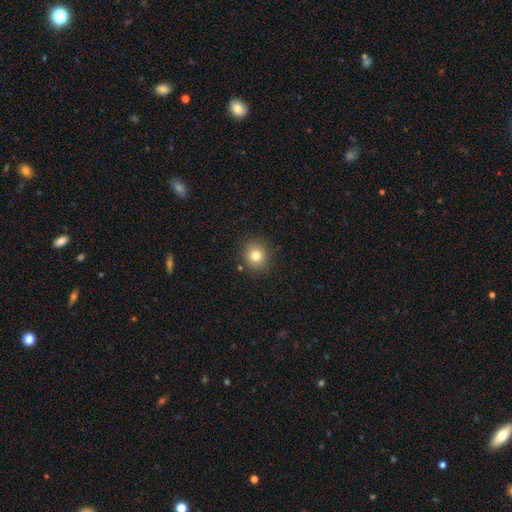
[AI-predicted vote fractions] smooth-or-featured: smooth: 80% | star or artifact: 12% | featured or disk: 8%
  how-rounded: round: 87% | in between: 12% | cigar-shaped: 1%
  merging: none: 88% | minor disturbance: 8% | major disturbance: 2% | merger: 2%